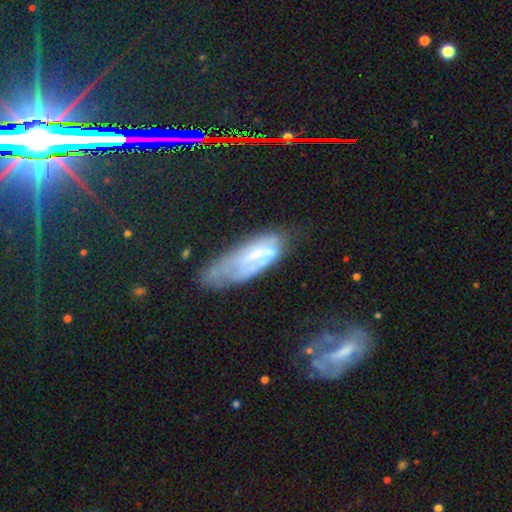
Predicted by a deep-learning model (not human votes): Smooth or featured? Predicted: featured or disk (p=0.49). Merging? Predicted: none (p=0.35).